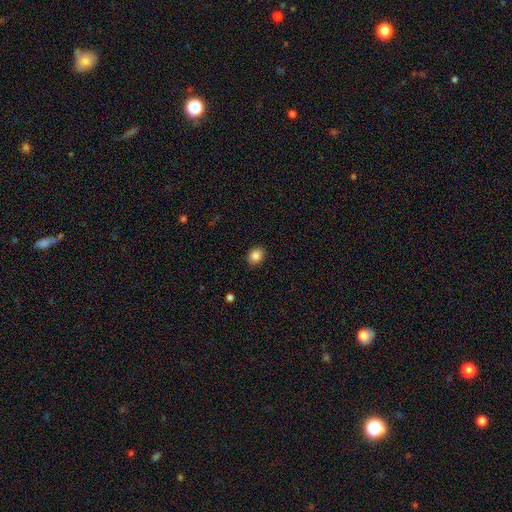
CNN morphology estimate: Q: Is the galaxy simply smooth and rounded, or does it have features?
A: smooth — 85%.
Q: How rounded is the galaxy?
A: round — 61%.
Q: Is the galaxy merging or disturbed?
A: none — 90%.